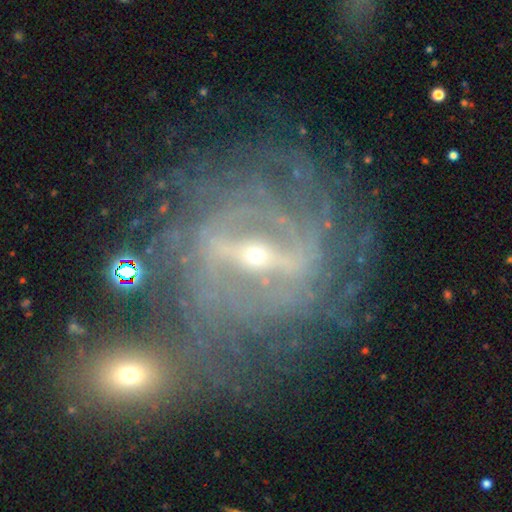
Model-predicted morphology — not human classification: Smooth or featured: featured or disk — 83% (star or artifact — 10%)
Edge-on disk: no — 88% (yes — 12%)
Bar: strong — 62% (weak — 28%)
Spiral arms: yes — 85% (no — 15%)
Spiral winding: tight — 62% (medium — 27%)
Spiral arm count: can't tell — 45% (2 — 17%)
Bulge size: small — 63% (moderate — 32%)
Merging: none — 55% (merger — 17%)